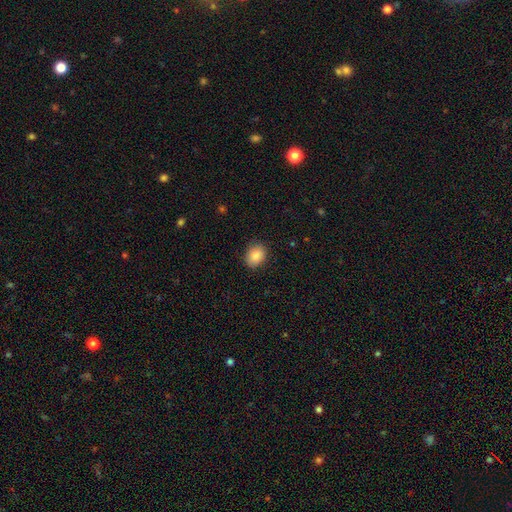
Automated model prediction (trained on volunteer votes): Q: Smooth or featured?
A: smooth (88%); runner-up: star or artifact (8%)
Q: How rounded?
A: in between (62%); runner-up: round (37%)
Q: Merging?
A: none (84%); runner-up: minor disturbance (12%)